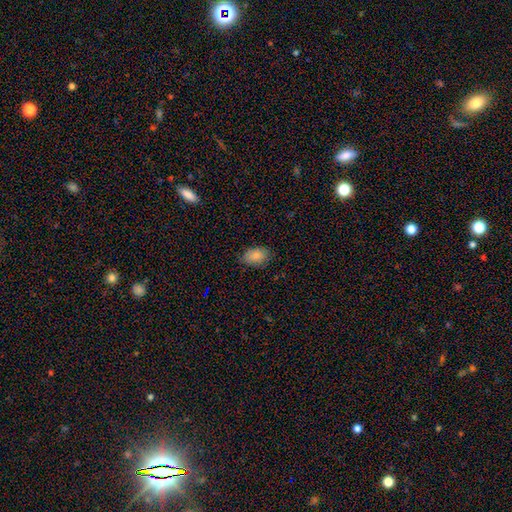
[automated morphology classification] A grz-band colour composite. It shows a smooth galaxy with no disk features (85%) that is in between round and cigar-shaped (87%). Merging: none (81%).